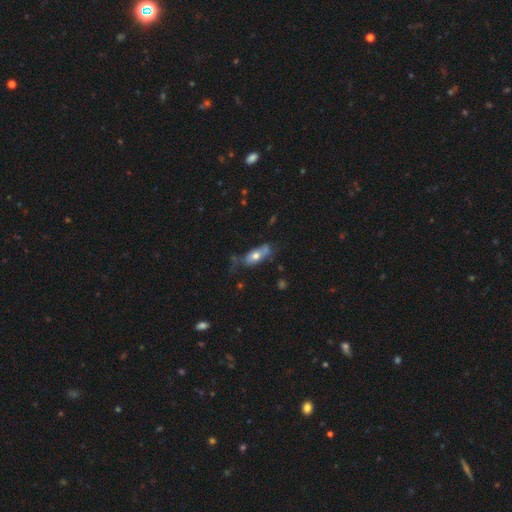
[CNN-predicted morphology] Q: Smooth or featured?
A: smooth (62%); runner-up: featured or disk (30%)
Q: How rounded?
A: in between (76%); runner-up: cigar-shaped (20%)
Q: Merging?
A: none (49%); runner-up: minor disturbance (28%)